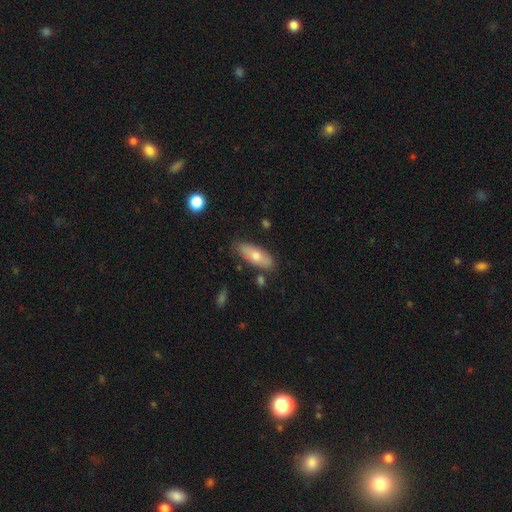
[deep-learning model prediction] This is likely a smooth galaxy (65%). How rounded: likely in between (75%). Merging: likely none (77%).